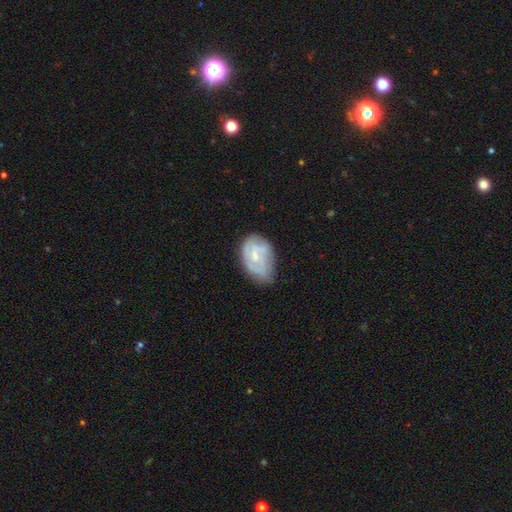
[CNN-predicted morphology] The model was most divided on "merging": none: 47%, minor disturbance: 38%, major disturbance: 13%, merger: 2%. More confident: edge-on disk — no (96%); smooth or featured — featured or disk (51%).